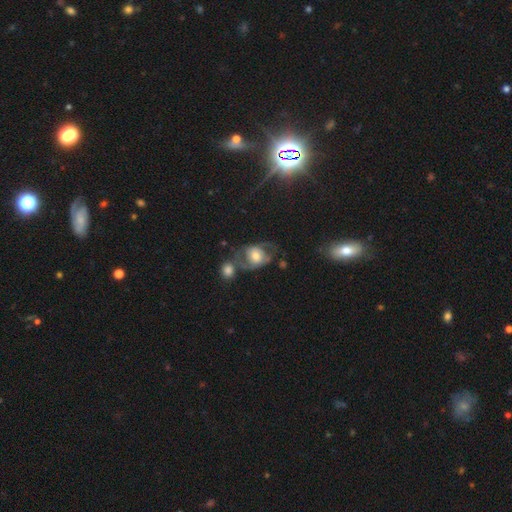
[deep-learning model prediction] Smooth or featured? Predicted: featured or disk (p=0.55). Edge-on disk? Predicted: no (p=0.95). Bar? Predicted: no (p=0.69). Spiral arms? Predicted: yes (p=0.62). Bulge size? Predicted: moderate (p=0.57). Merging? Predicted: none (p=0.33).